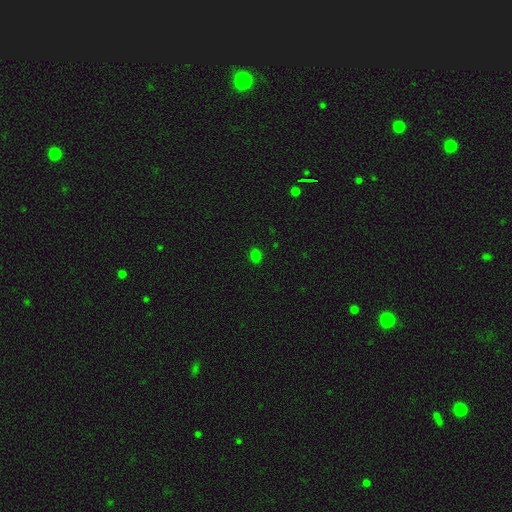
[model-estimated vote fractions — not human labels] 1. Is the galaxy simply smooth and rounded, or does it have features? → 77% smooth, 19% star or artifact, 4% featured or disk.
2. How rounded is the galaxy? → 59% in between, 39% round, 1% cigar-shaped.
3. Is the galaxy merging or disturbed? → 88% none, 8% minor disturbance, 2% major disturbance, 1% merger.